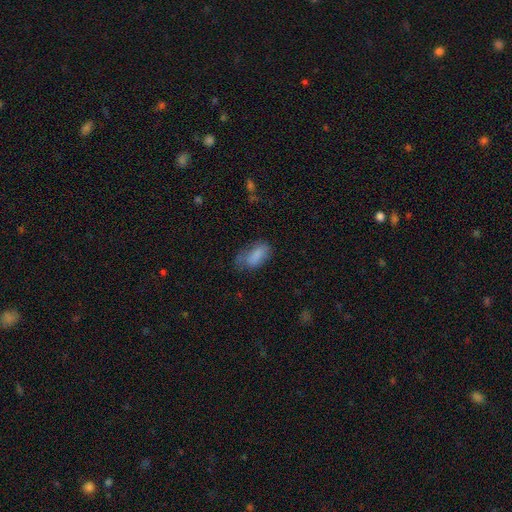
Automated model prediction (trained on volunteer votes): Smooth or featured?
  - smooth: 79% *
  - featured or disk: 12%
  - star or artifact: 8%
How rounded?
  - in between: 91% *
  - cigar-shaped: 6%
  - round: 3%
Merging?
  - none: 46% *
  - minor disturbance: 33%
  - major disturbance: 18%
  - merger: 3%